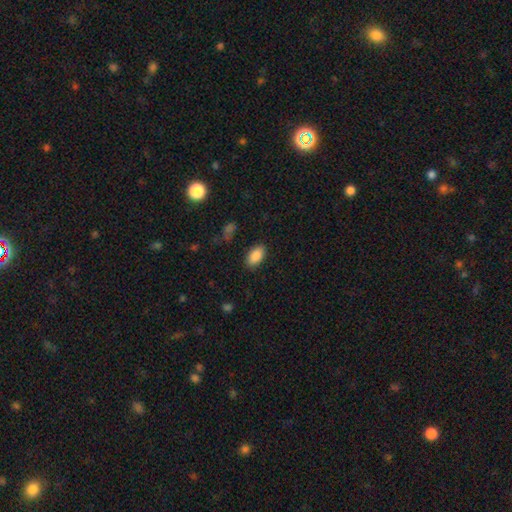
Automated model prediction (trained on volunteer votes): Smooth or featured? Predicted: smooth (p=0.88). How rounded? Predicted: in between (p=0.93). Merging? Predicted: none (p=0.86).